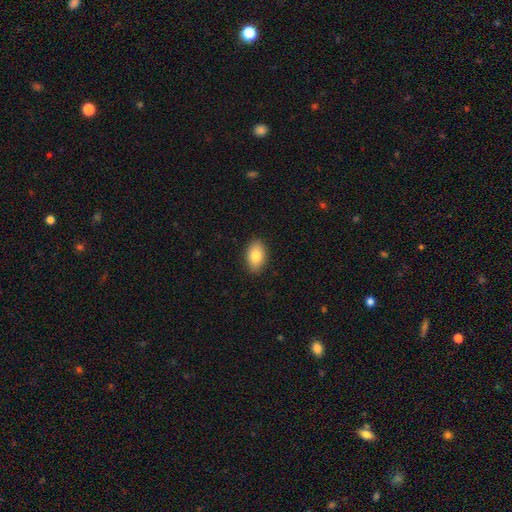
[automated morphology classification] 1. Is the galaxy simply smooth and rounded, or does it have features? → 83% smooth, 10% featured or disk, 7% star or artifact.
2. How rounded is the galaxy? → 90% in between, 9% round, 2% cigar-shaped.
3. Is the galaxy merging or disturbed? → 87% none, 10% minor disturbance, 2% major disturbance, 1% merger.